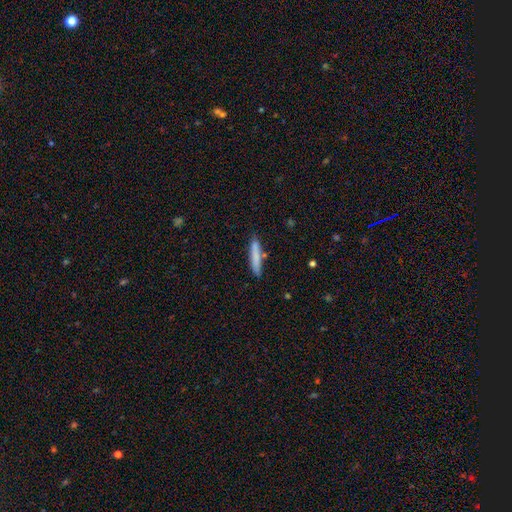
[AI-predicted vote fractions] Q: Smooth or featured?
A: smooth (77%); runner-up: featured or disk (16%)
Q: How rounded?
A: cigar-shaped (92%); runner-up: in between (7%)
Q: Merging?
A: none (82%); runner-up: minor disturbance (12%)